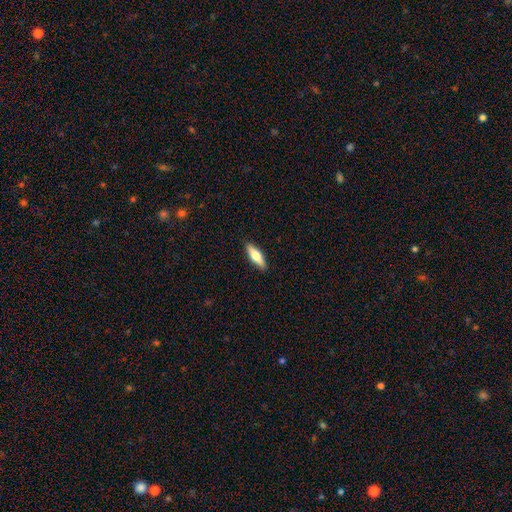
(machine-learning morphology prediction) Overall: smooth (60%; featured or disk 34%). How rounded: cigar-shaped (52%; in between 46%). Merging: none (90%).